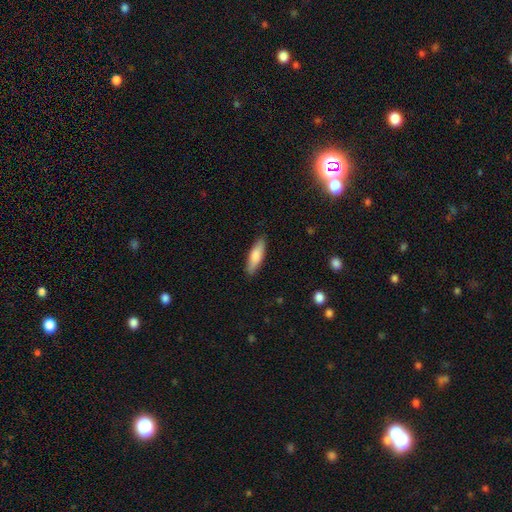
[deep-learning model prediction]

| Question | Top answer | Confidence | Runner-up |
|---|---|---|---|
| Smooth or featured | smooth | 77% | featured or disk (18%) |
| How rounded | cigar-shaped | 54% | in between (44%) |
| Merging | none | 88% | minor disturbance (9%) |